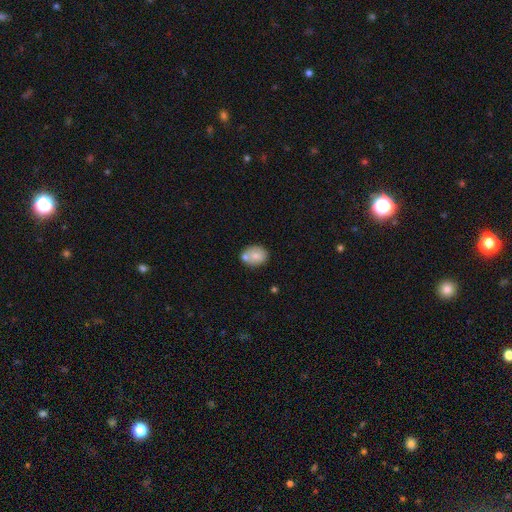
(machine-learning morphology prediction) This appears to be a smooth galaxy with no disk features (73%) that is round (56%). Merging: none (58%).